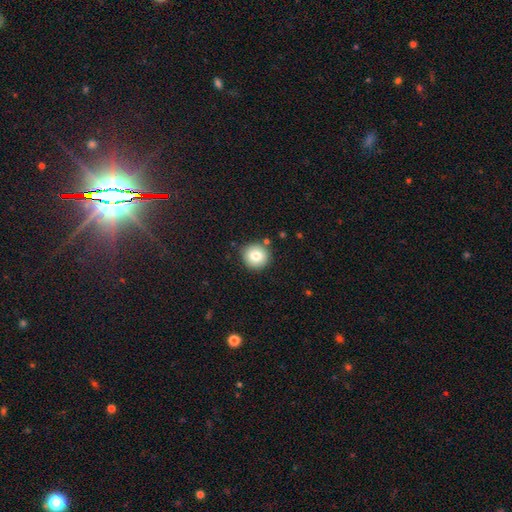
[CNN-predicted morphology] This is clearly a smooth galaxy (80%). How rounded: clearly round (94%). Merging: clearly none (86%).